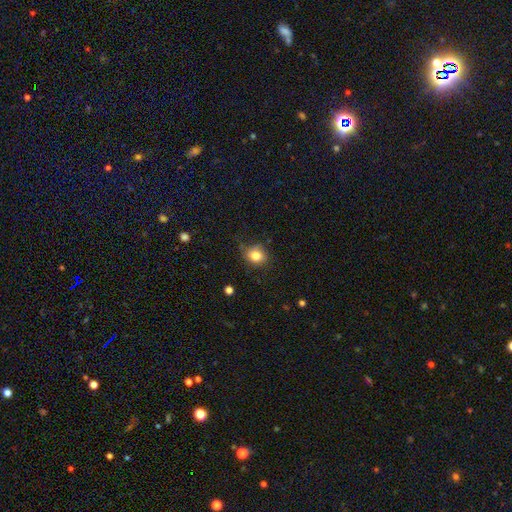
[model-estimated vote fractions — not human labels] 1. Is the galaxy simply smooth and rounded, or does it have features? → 82% smooth, 11% star or artifact, 8% featured or disk.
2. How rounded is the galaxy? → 74% round, 26% in between, 1% cigar-shaped.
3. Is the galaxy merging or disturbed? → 76% none, 18% minor disturbance, 4% major disturbance, 2% merger.